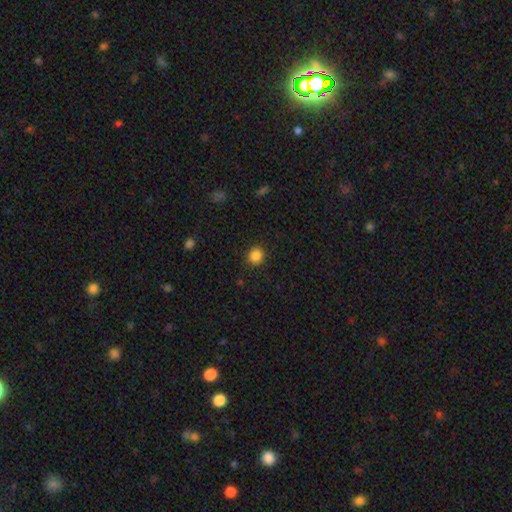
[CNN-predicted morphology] Q: Smooth or featured?
A: smooth (86%); runner-up: star or artifact (11%)
Q: How rounded?
A: round (86%); runner-up: in between (13%)
Q: Merging?
A: none (90%); runner-up: minor disturbance (7%)